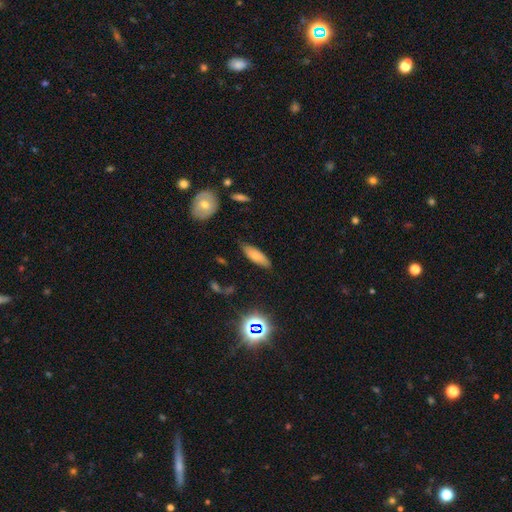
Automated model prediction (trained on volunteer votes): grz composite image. It shows a smooth galaxy with no disk features (76%) that is in between round and cigar-shaped (58%). Merging: none (76%).